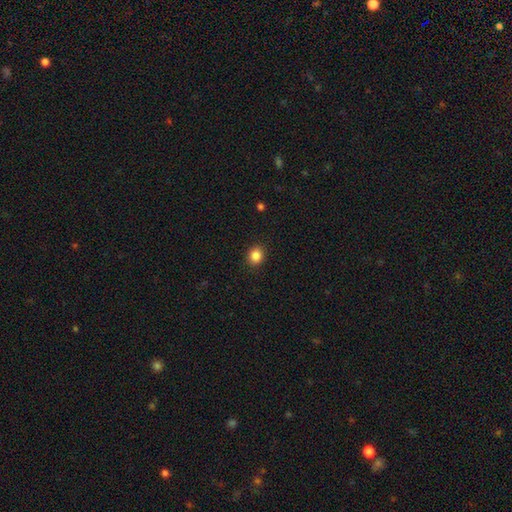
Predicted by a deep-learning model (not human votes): smooth_or_featured: smooth (p=0.86) [alt: star or artifact p=0.10]
how_rounded: round (p=0.71) [alt: in between p=0.28]
merging: none (p=0.91) [alt: minor disturbance p=0.06]